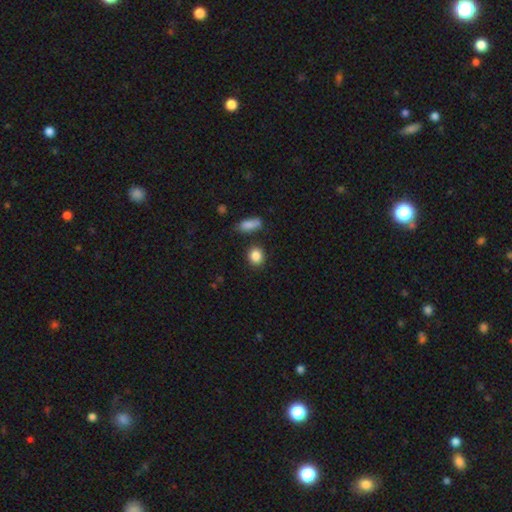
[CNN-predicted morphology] Smooth or featured? smooth (87%)
How rounded? round (74%)
Merging? none (83%)